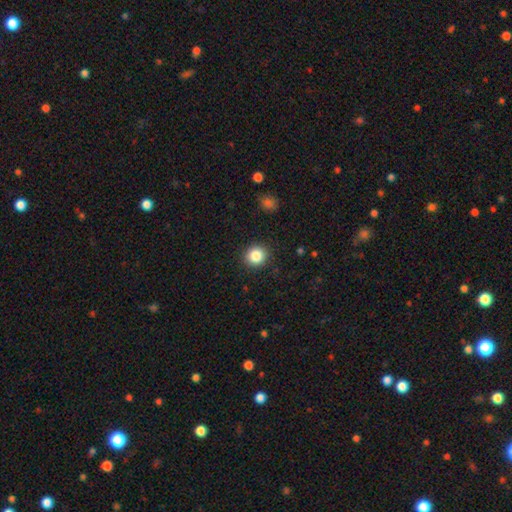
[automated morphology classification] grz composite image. It shows a smooth galaxy with no disk features (86%) that is round (87%). Merging: none (90%).